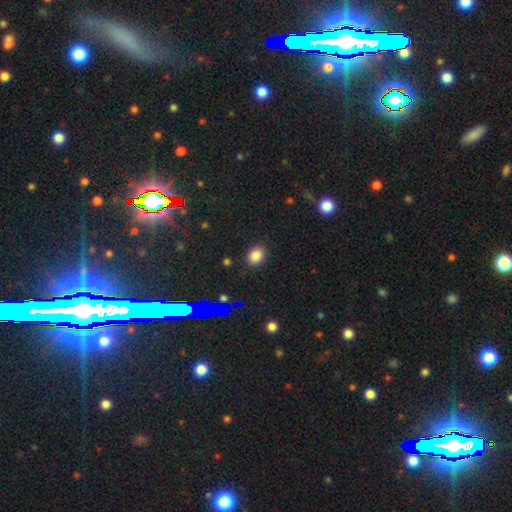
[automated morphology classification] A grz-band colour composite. It shows a smooth galaxy with no disk features (82%) that is in between round and cigar-shaped (62%). Merging: none (87%).